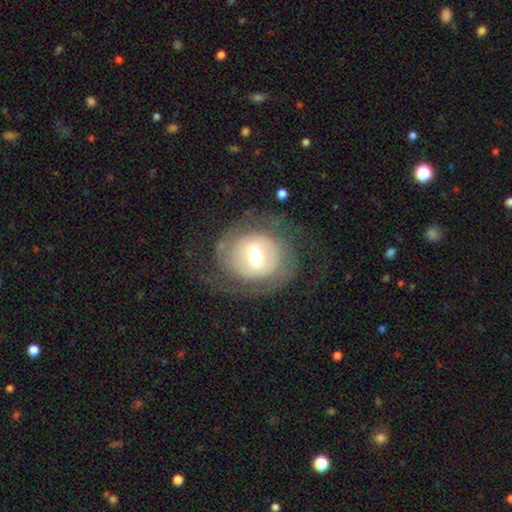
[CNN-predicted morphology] Smooth or featured?
  - featured or disk: 63% *
  - smooth: 30%
  - star or artifact: 7%
Edge-on disk?
  - no: 96% *
  - yes: 4%
Bar?
  - weak: 46% *
  - no: 31%
  - strong: 23%
Spiral arms?
  - yes: 57% *
  - no: 43%
Bulge size?
  - moderate: 64% *
  - small: 23%
  - large: 11%
  - dominant: 2%
  - none: 1%
Merging?
  - none: 69% *
  - minor disturbance: 16%
  - major disturbance: 14%
  - merger: 1%